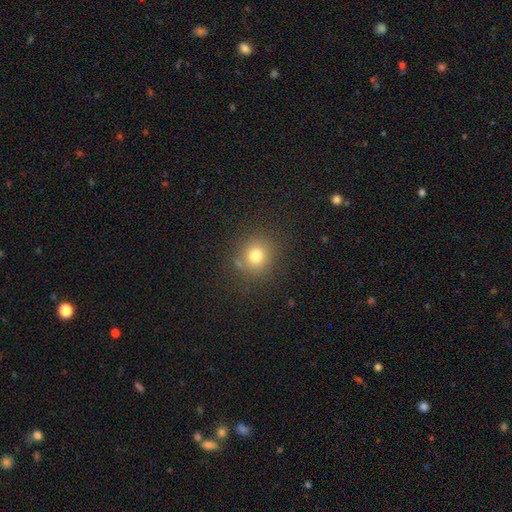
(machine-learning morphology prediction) Smooth or featured? smooth (76%)
How rounded? round (86%)
Merging? none (83%)